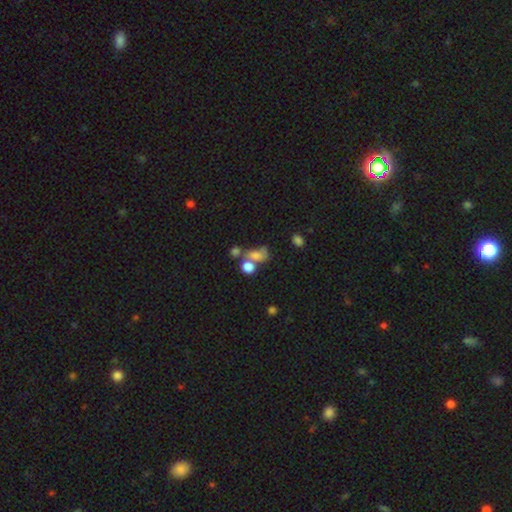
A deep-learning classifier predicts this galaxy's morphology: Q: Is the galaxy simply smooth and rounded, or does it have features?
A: smooth — 67%.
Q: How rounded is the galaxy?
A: in between — 60%.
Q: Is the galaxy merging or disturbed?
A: merger — 47%.